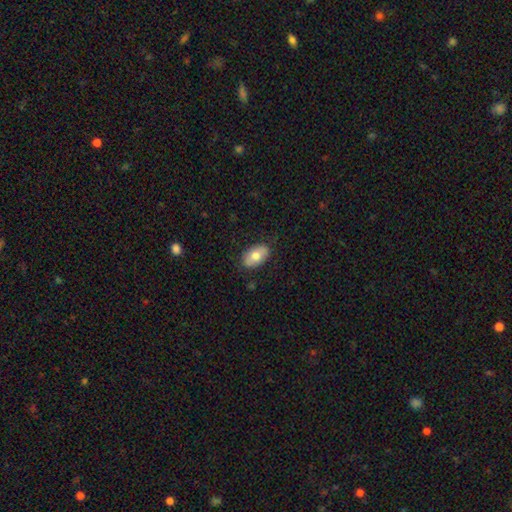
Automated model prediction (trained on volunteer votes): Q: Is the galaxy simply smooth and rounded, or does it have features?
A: smooth — 73%.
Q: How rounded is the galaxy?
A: in between — 92%.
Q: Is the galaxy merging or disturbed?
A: none — 83%.